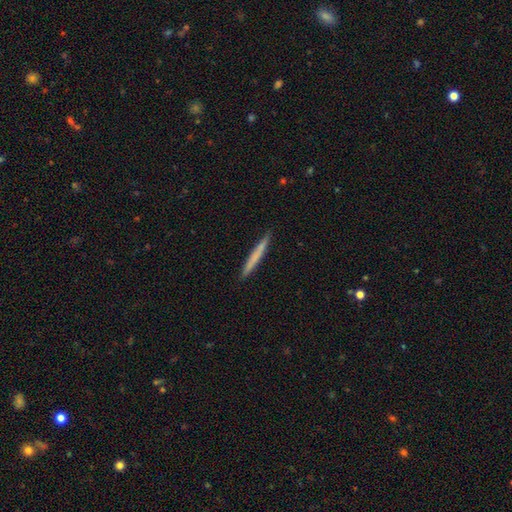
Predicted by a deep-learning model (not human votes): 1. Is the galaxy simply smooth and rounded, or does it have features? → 65% smooth, 30% featured or disk, 6% star or artifact.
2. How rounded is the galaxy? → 97% cigar-shaped, 2% in between, 1% round.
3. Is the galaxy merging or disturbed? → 92% none, 6% minor disturbance, 1% major disturbance, 1% merger.